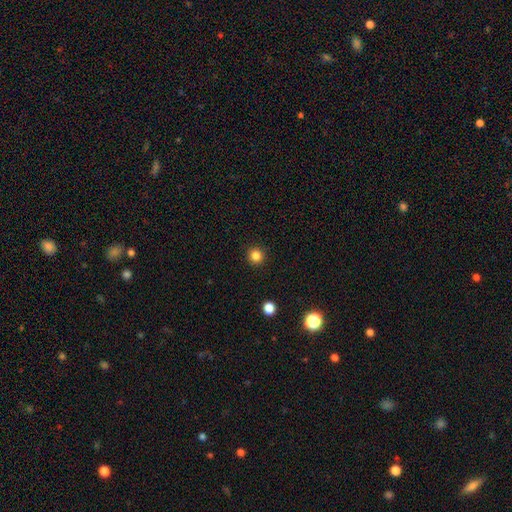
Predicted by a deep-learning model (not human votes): Smooth or featured? smooth (83%)
How rounded? round (95%)
Merging? none (92%)